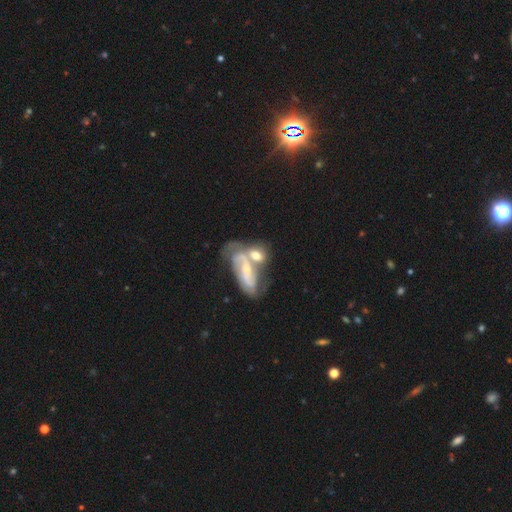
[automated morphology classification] A featured or disk galaxy (66%) with no bar (47%), spiral arms (79%) and a small central bulge (54%). Merging: merger (60%).